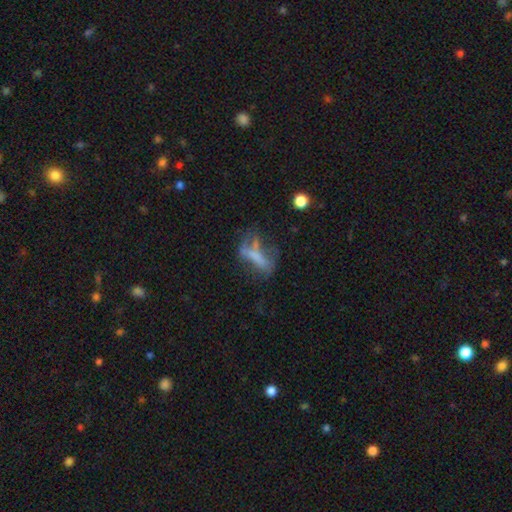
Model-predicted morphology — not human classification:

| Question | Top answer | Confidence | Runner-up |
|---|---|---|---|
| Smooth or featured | featured or disk | 45% | smooth (39%) |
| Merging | major disturbance | 37% | none (31%) |